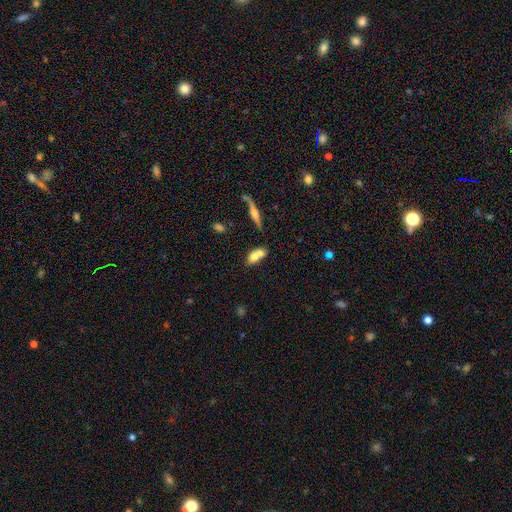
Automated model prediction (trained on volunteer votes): Overall: smooth (67%). How rounded: in between (73%). Merging: merger (56%; none 29%).